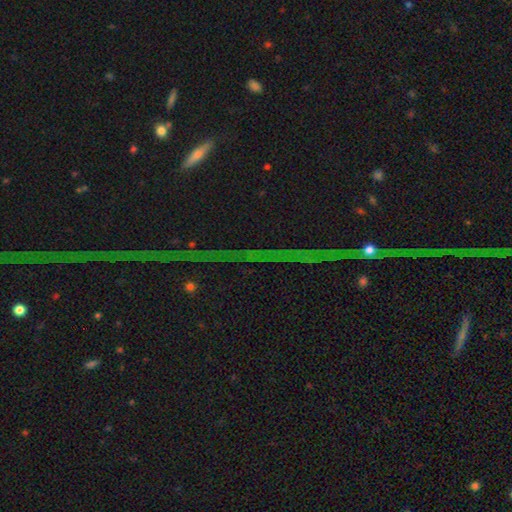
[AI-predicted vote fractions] Morphology: type=star or artifact (82%).